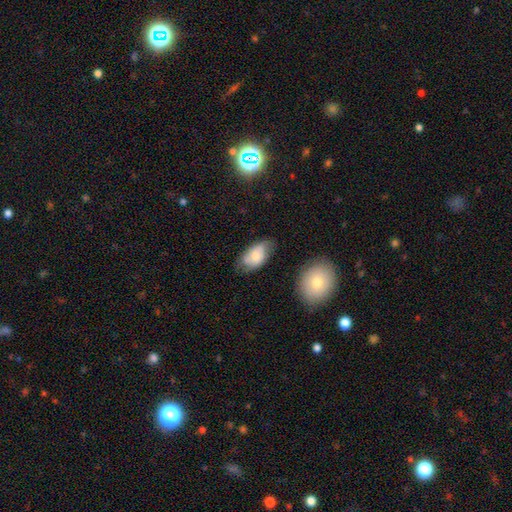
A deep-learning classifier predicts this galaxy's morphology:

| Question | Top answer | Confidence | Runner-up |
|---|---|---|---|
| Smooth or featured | smooth | 67% | featured or disk (26%) |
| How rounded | in between | 93% | round (5%) |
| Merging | none | 60% | minor disturbance (29%) |